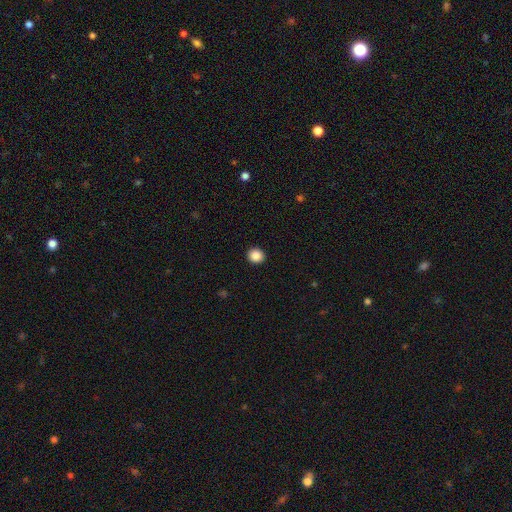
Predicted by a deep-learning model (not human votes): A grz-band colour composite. It shows a smooth galaxy with no disk features (88%) that is round (87%). Merging: none (93%).